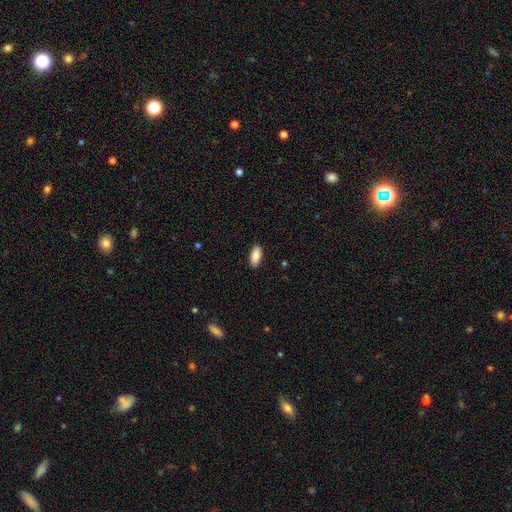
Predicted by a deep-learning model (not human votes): Smooth or featured: smooth — 88% (star or artifact — 6%)
How rounded: in between — 89% (cigar-shaped — 9%)
Merging: none — 89% (minor disturbance — 8%)